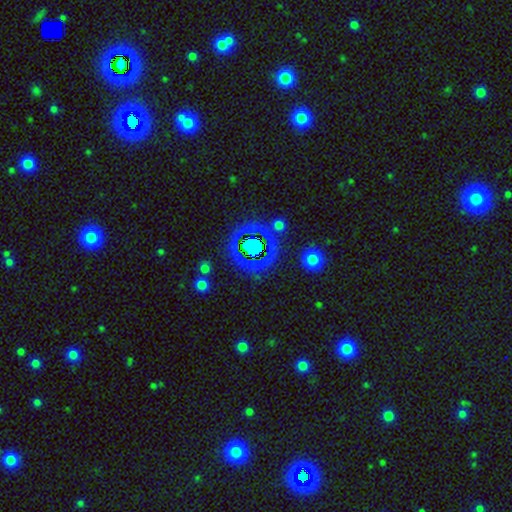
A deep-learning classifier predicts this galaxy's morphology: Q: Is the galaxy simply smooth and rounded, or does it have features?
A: star or artifact — 60%.